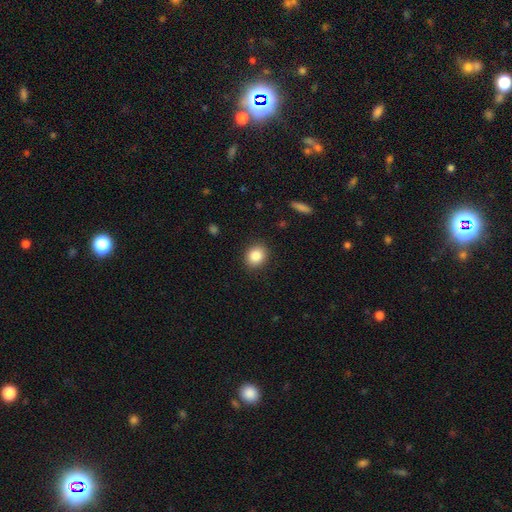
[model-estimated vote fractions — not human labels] Morphology: type=smooth (87%); roundness=round (65%); merging=none (89%).